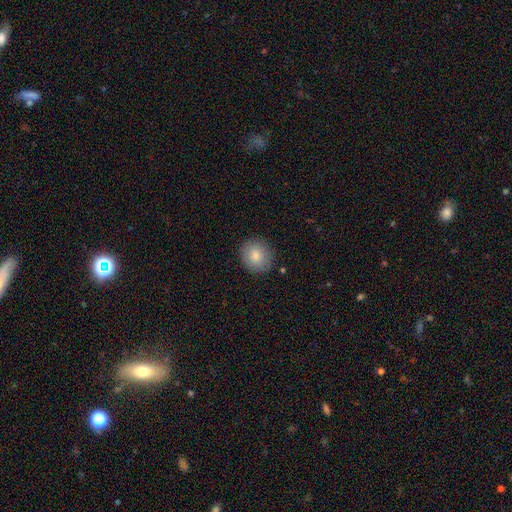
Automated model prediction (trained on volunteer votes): Q: Smooth or featured?
A: smooth (82%); runner-up: featured or disk (10%)
Q: How rounded?
A: round (86%); runner-up: in between (13%)
Q: Merging?
A: none (87%); runner-up: minor disturbance (10%)